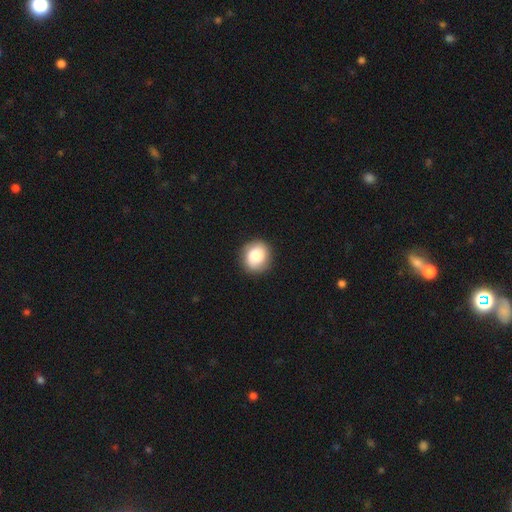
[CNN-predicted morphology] A smooth galaxy with no disk features (82%) that is round (79%).

Vote fractions:
- Smooth or featured? smooth: 82% / featured or disk: 10% / star or artifact: 8%
- How rounded? round: 79% / in between: 20% / cigar-shaped: 1%
- Merging? none: 85% / minor disturbance: 11% / major disturbance: 3% / merger: 1%